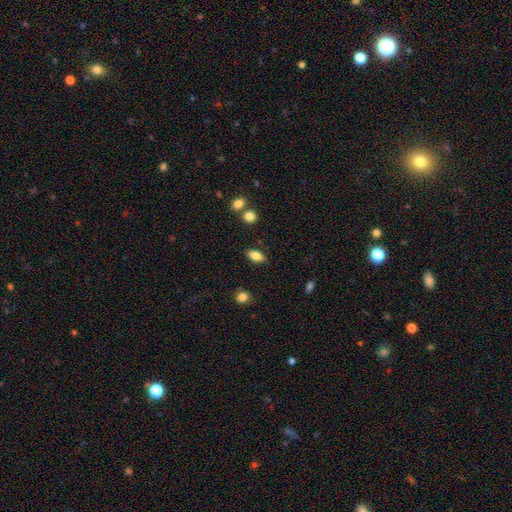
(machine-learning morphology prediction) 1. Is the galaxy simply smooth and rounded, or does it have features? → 80% smooth, 12% featured or disk, 8% star or artifact.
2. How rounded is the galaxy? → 87% in between, 9% cigar-shaped, 4% round.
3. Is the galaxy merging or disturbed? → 84% none, 11% minor disturbance, 3% merger, 3% major disturbance.